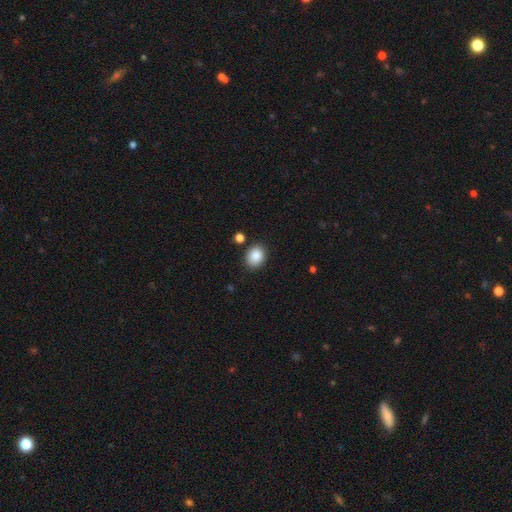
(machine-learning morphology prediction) Overall: smooth (87%). How rounded: in between (53%; round 46%). Merging: none (83%).